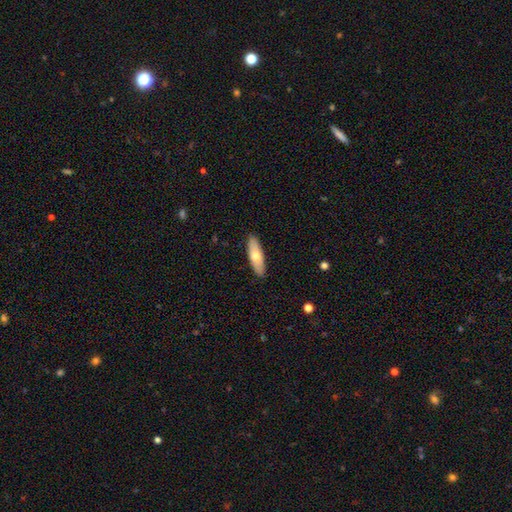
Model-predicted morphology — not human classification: smooth-or-featured: smooth: 67% | featured or disk: 28% | star or artifact: 5%
  how-rounded: in between: 54% | cigar-shaped: 43% | round: 2%
  merging: none: 89% | minor disturbance: 8% | major disturbance: 2% | merger: 1%